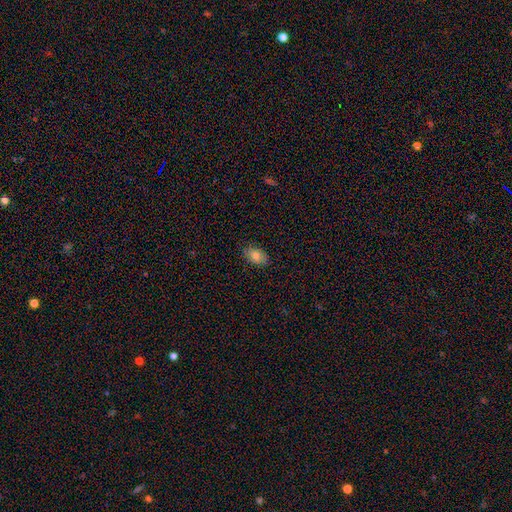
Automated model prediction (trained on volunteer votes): Q: Smooth or featured?
A: smooth (82%); runner-up: featured or disk (10%)
Q: How rounded?
A: in between (87%); runner-up: round (12%)
Q: Merging?
A: none (85%); runner-up: minor disturbance (12%)